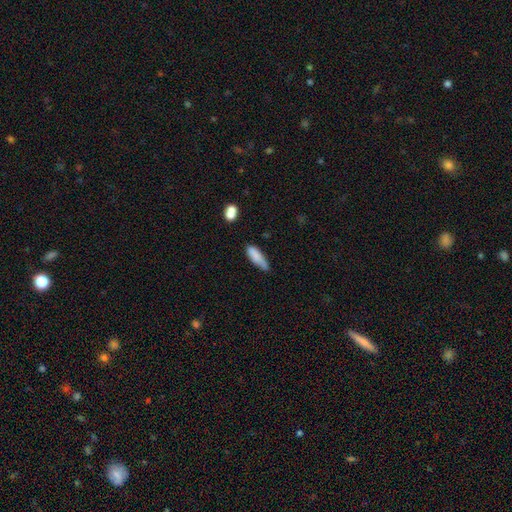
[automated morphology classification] This is clearly a smooth galaxy (82%). How rounded: possibly cigar-shaped (52%). Merging: possibly none (53%).